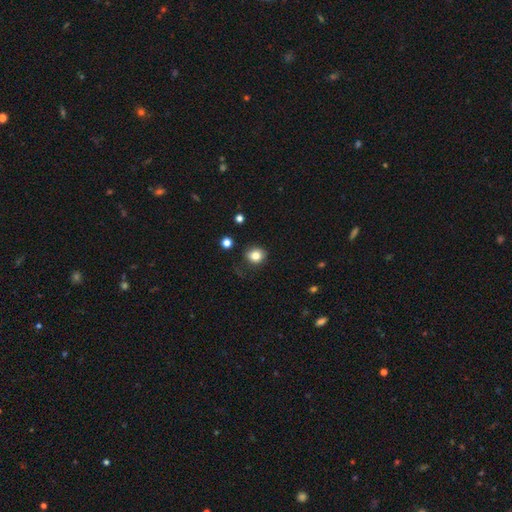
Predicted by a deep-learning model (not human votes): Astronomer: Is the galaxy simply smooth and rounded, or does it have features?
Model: smooth — 81%.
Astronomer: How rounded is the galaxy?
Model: round — 77%.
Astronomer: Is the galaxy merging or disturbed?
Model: none — 77%.